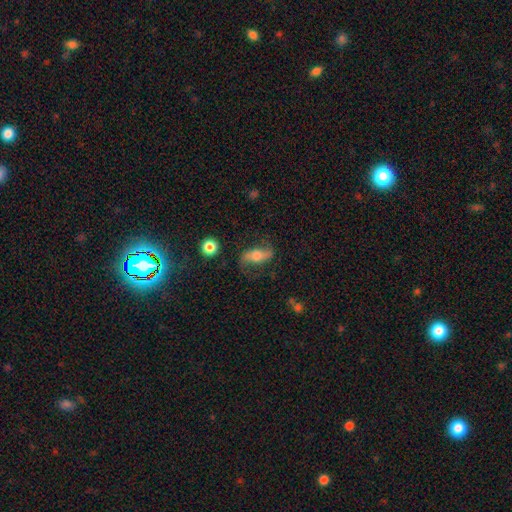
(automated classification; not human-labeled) A featured or disk galaxy (68%) with no bar (39%), 2 (92%) loose (80%) spiral arms (90%) and a moderate central bulge (51%).

Vote fractions:
- Smooth or featured? featured or disk: 68% / smooth: 24% / star or artifact: 8%
- Edge-on disk? no: 87% / yes: 13%
- Bar? no: 39% / weak: 31% / strong: 29%
- Spiral arms? yes: 90% / no: 10%
- Spiral winding? loose: 80% / medium: 15% / tight: 5%
- Spiral arm count? 2: 92% / can't tell: 3% / 1: 3% / 3: 1% / 4: 1% / more than 4: 1%
- Bulge size? moderate: 51% / small: 20% / large: 20% / none: 5% / dominant: 4%
- Merging? none: 71% / minor disturbance: 17% / major disturbance: 10% / merger: 2%